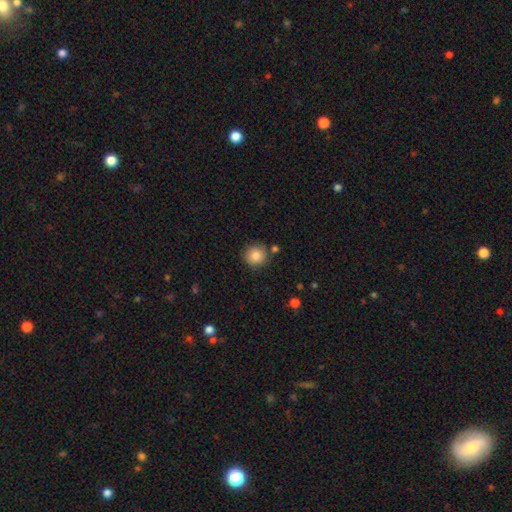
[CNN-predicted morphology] smooth-or-featured: smooth: 84% | star or artifact: 9% | featured or disk: 7%
  how-rounded: round: 93% | in between: 6% | cigar-shaped: 1%
  merging: none: 83% | minor disturbance: 9% | merger: 6% | major disturbance: 2%